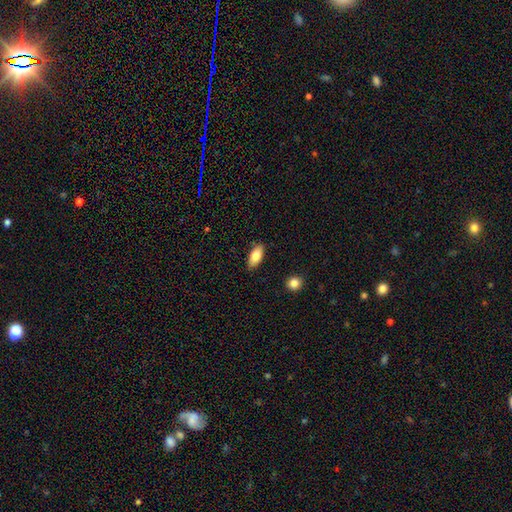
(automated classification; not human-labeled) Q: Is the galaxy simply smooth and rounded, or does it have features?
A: smooth — 77%.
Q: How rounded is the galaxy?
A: in between — 85%.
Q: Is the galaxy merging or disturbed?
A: none — 87%.